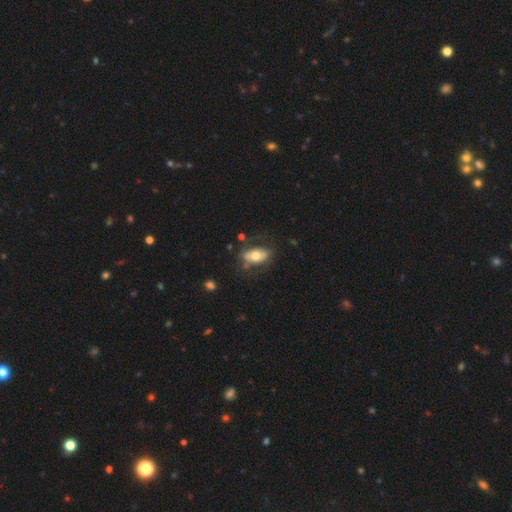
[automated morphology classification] smooth-or-featured: smooth: 56% | featured or disk: 38% | star or artifact: 6%
  how-rounded: in between: 87% | round: 7% | cigar-shaped: 6%
  merging: none: 61% | minor disturbance: 21% | major disturbance: 12% | merger: 5%